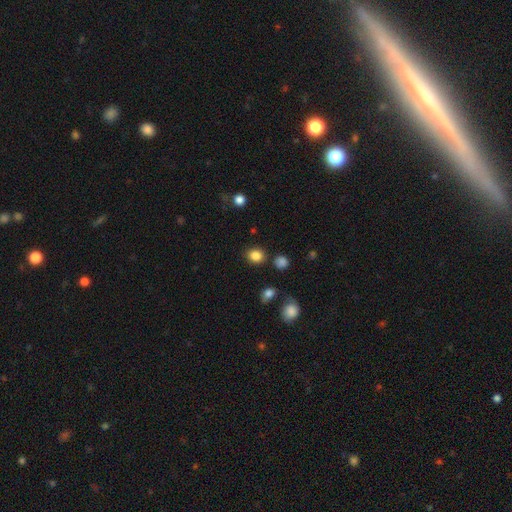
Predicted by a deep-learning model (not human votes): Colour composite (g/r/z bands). It shows a smooth galaxy with no disk features (85%) that is round (64%). Merging: none (84%).